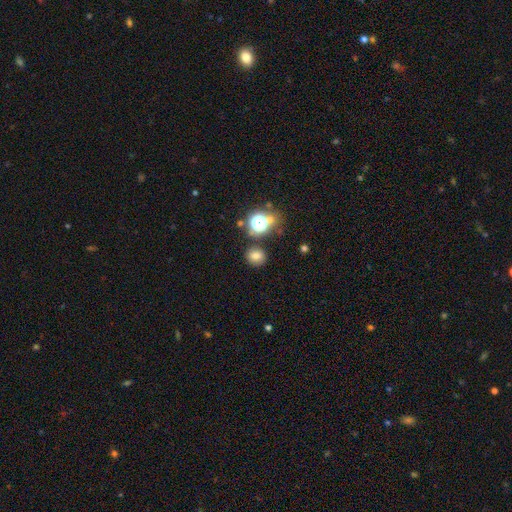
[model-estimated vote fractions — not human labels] Morphology: type=smooth (72%); roundness=round (81%); merging=none (83%).